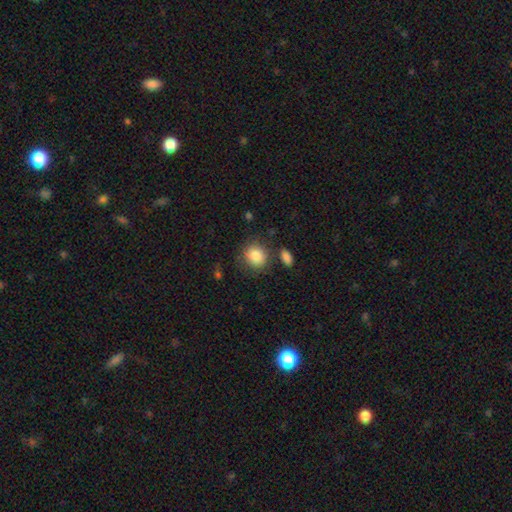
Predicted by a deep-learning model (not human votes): Smooth or featured: smooth — 86% (star or artifact — 8%)
How rounded: round — 76% (in between — 23%)
Merging: none — 74% (minor disturbance — 14%)